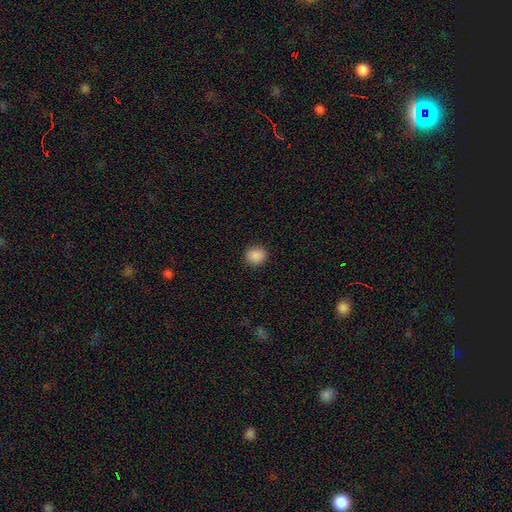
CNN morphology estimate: Smooth or featured?
  - smooth: 88% *
  - star or artifact: 9%
  - featured or disk: 2%
How rounded?
  - round: 79% *
  - in between: 20%
  - cigar-shaped: 1%
Merging?
  - none: 91% *
  - minor disturbance: 6%
  - major disturbance: 2%
  - merger: 1%